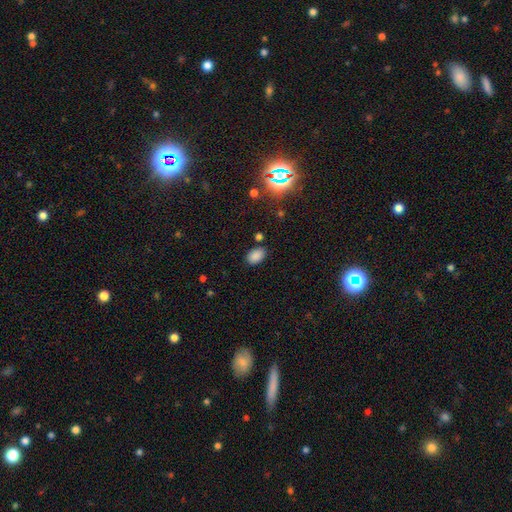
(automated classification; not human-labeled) Morphology: type=smooth (82%); roundness=in between (85%); merging=none (82%).